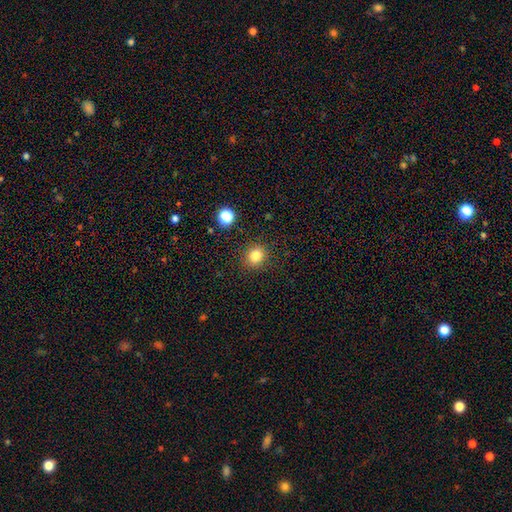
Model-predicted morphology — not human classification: A smooth galaxy with no disk features (82%) that is round (78%).

Vote fractions:
- Smooth or featured? smooth: 82% / star or artifact: 12% / featured or disk: 6%
- How rounded? round: 78% / in between: 21% / cigar-shaped: 1%
- Merging? none: 89% / minor disturbance: 7% / major disturbance: 2% / merger: 2%